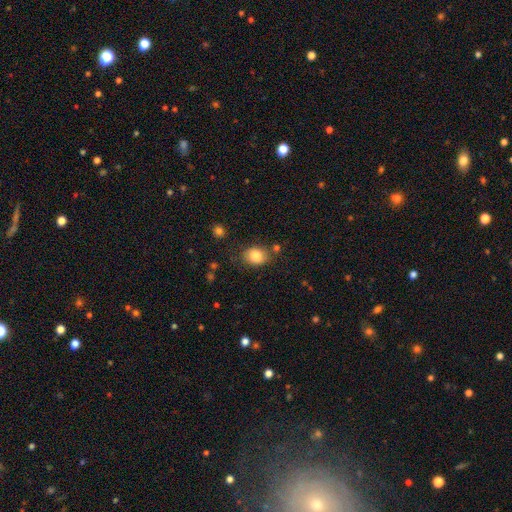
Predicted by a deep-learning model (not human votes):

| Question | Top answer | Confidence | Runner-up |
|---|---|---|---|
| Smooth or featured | smooth | 83% | star or artifact (9%) |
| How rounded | in between | 50% | round (49%) |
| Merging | none | 72% | minor disturbance (17%) |